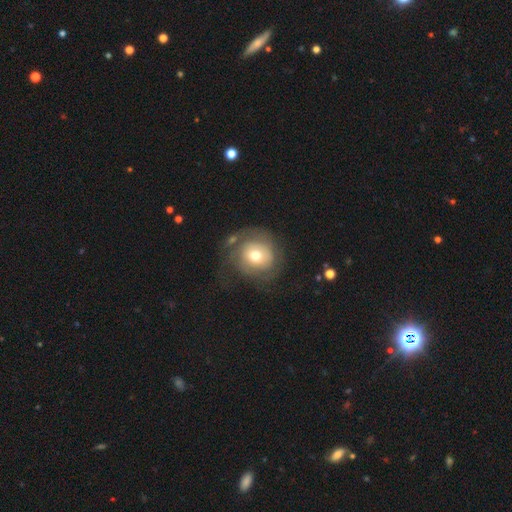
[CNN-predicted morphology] Q: Smooth or featured?
A: featured or disk (50%); runner-up: smooth (42%)
Q: Edge-on disk?
A: no (97%); runner-up: yes (3%)
Q: Merging?
A: none (59%); runner-up: minor disturbance (19%)